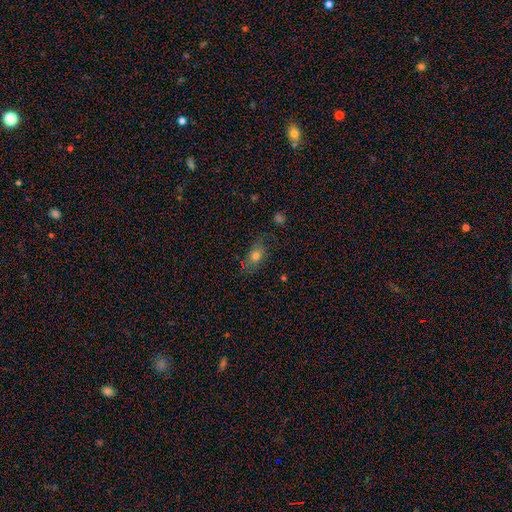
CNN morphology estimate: type=smooth (73%); roundness=in between (76%); merging=none (73%).